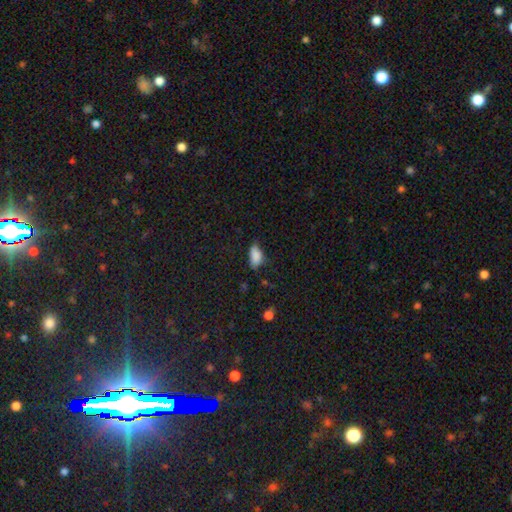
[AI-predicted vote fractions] Overall: smooth (85%). How rounded: in between (90%). Merging: none (54%; minor disturbance 35%).